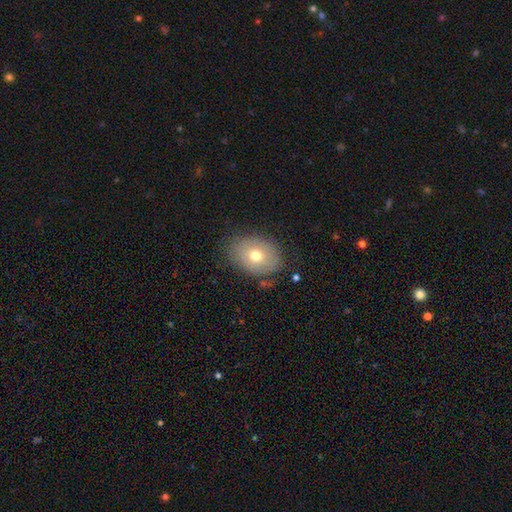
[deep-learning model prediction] Overall: smooth (69%). How rounded: in between (71%). Merging: none (78%).